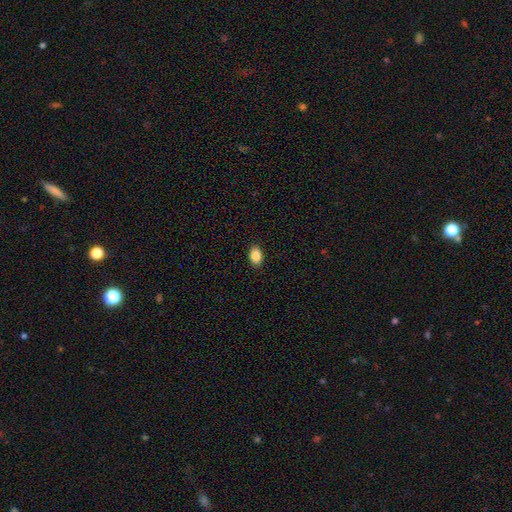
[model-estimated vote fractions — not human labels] Morphology: type=smooth (87%); roundness=in between (86%); merging=none (89%).